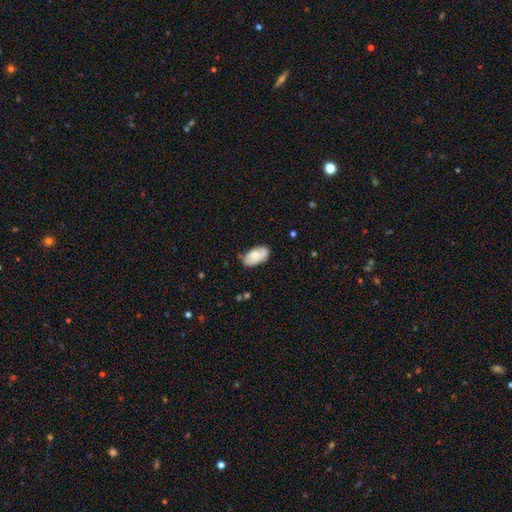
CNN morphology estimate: A smooth galaxy with no disk features (67%) that is in between round and cigar-shaped (95%). Merging: none (72%).